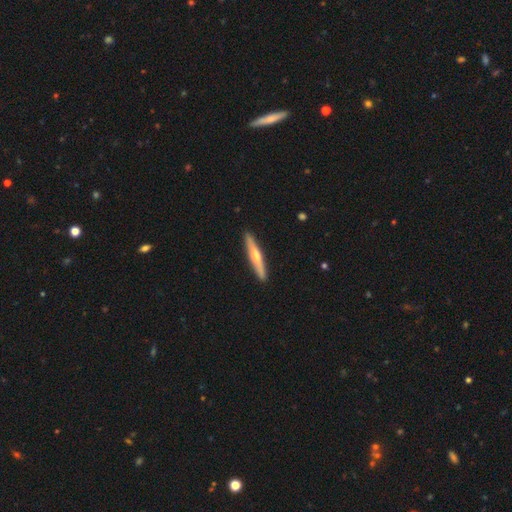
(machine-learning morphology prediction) featured or disk 56%, smooth 39%, star or artifact 5%. Down the decision tree: edge-on disk — yes (95%); edge-on bulge — rounded (85%); merging — none (91%).